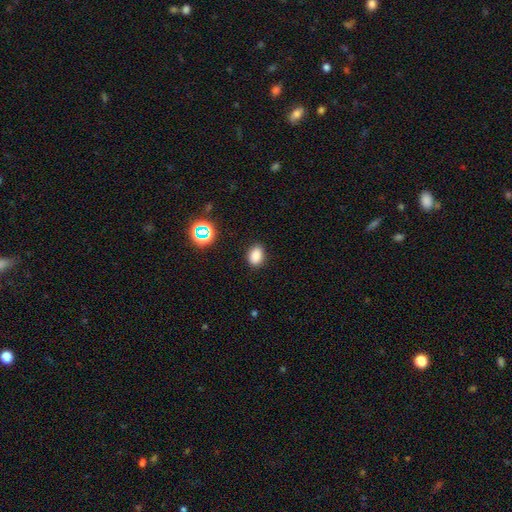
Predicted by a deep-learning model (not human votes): A smooth galaxy with no disk features (84%) that is in between round and cigar-shaped (79%).

Vote fractions:
- Smooth or featured? smooth: 84% / star or artifact: 12% / featured or disk: 4%
- How rounded? in between: 79% / round: 20% / cigar-shaped: 1%
- Merging? none: 86% / minor disturbance: 10% / major disturbance: 3% / merger: 1%